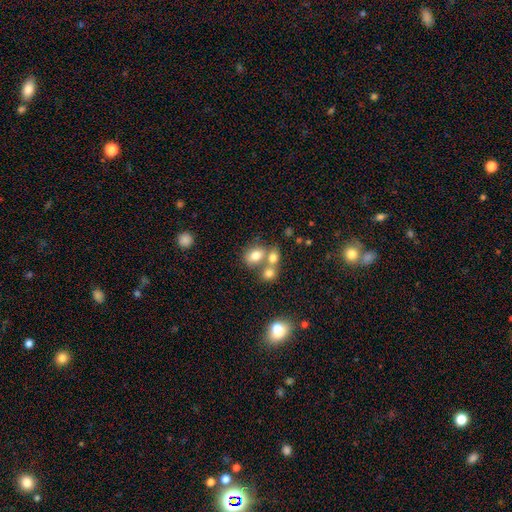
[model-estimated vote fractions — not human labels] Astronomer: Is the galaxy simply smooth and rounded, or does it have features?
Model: smooth — 74%.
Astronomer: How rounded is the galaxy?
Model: in between — 61% (runner-up: round, 38%).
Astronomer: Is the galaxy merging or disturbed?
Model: merger — 46% (runner-up: none, 39%).